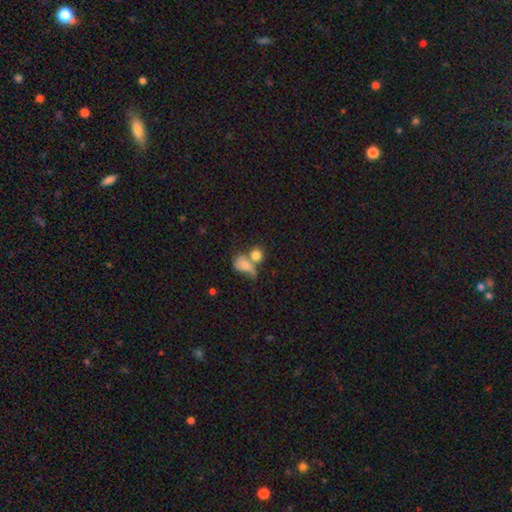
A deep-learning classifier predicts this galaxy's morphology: Q: Smooth or featured?
A: smooth (75%); runner-up: featured or disk (15%)
Q: How rounded?
A: round (70%); runner-up: in between (28%)
Q: Merging?
A: merger (52%); runner-up: none (31%)